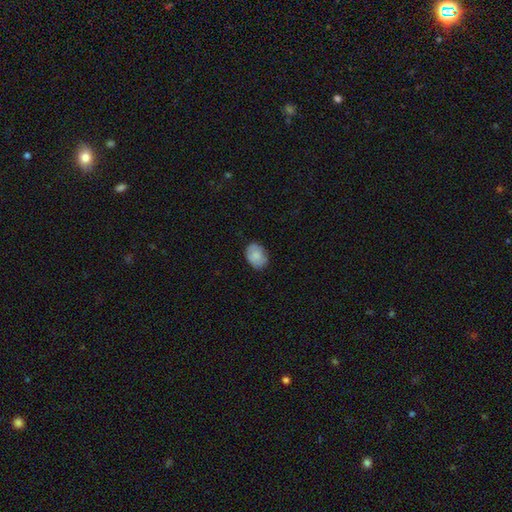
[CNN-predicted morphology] A smooth galaxy with no disk features (81%) that is in between round and cigar-shaped (73%).

Vote fractions:
- Smooth or featured? smooth: 81% / featured or disk: 12% / star or artifact: 7%
- How rounded? in between: 73% / round: 26% / cigar-shaped: 1%
- Merging? none: 80% / minor disturbance: 16% / major disturbance: 3% / merger: 1%